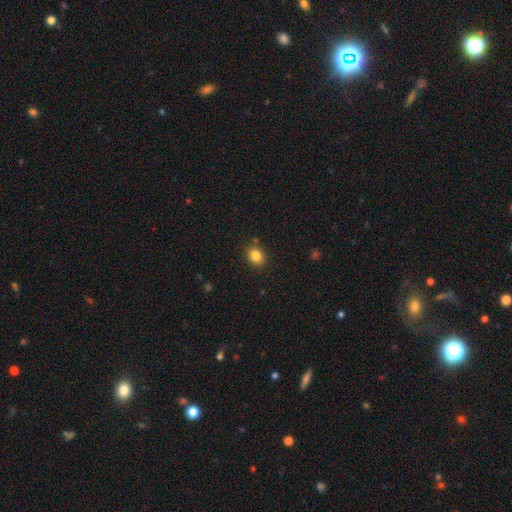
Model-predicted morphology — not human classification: This appears to be a smooth galaxy with no disk features (84%) that is in between round and cigar-shaped (60%). Merging: none (84%).